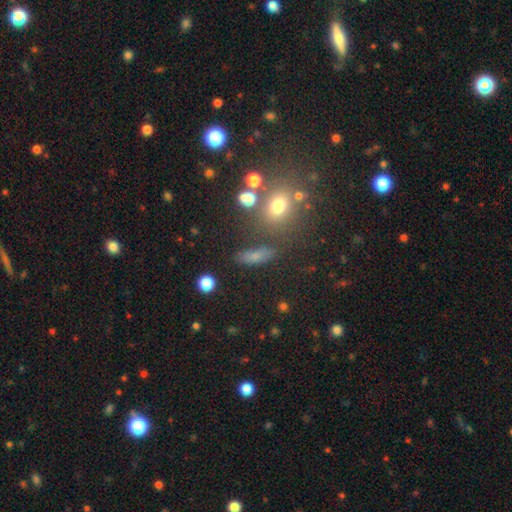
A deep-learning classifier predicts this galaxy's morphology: A smooth galaxy with no disk features (67%) that is in between round and cigar-shaped (49%).

Vote fractions:
- Smooth or featured? smooth: 67% / star or artifact: 18% / featured or disk: 15%
- How rounded? in between: 49% / cigar-shaped: 37% / round: 14%
- Merging? none: 68% / minor disturbance: 15% / merger: 9% / major disturbance: 7%